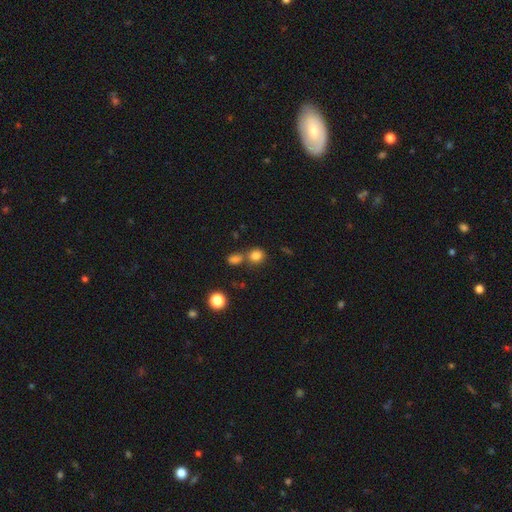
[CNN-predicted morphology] A smooth galaxy with no disk features (81%) that is round (76%). Merging: none (59%).